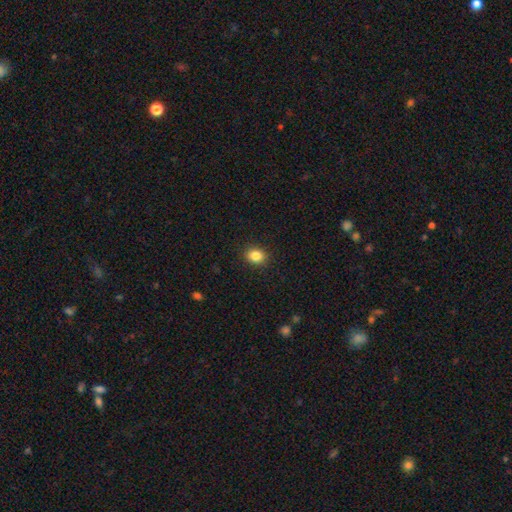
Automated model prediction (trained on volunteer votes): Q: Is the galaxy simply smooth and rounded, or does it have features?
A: smooth — 86%.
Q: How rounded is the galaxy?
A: round — 52%.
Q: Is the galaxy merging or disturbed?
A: none — 90%.